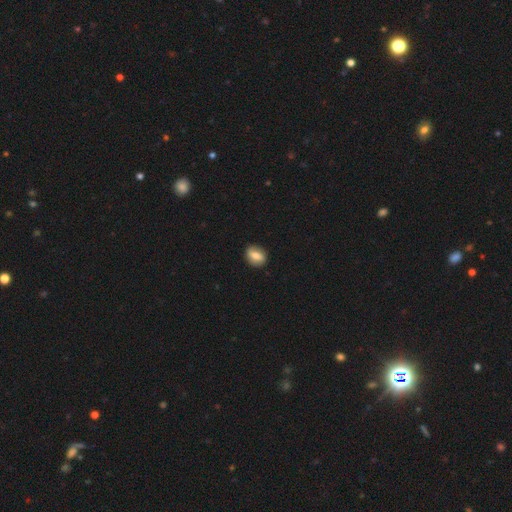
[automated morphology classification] Smooth or featured? Predicted: smooth (p=0.68). How rounded? Predicted: in between (p=0.59). Merging? Predicted: none (p=0.87).